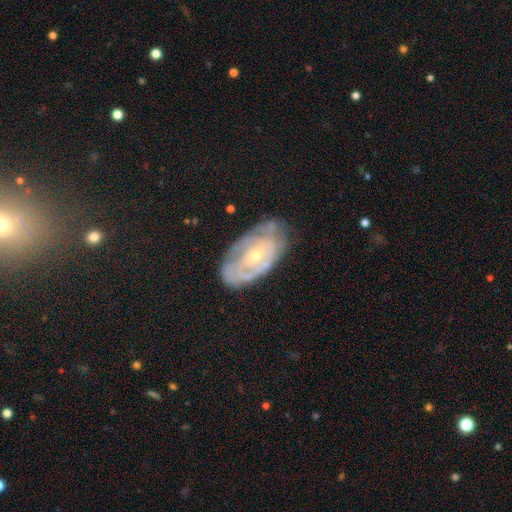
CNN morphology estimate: The model was most divided on "bulge size": small: 62%, moderate: 34%, large: 1%, none: 1%, dominant: 1%. More confident: edge-on disk — no (94%); smooth or featured — featured or disk (75%); spiral arms — yes (74%); spiral winding — tight (69%); bar — no (68%); merging — none (67%); spiral arm count — can't tell (54%).